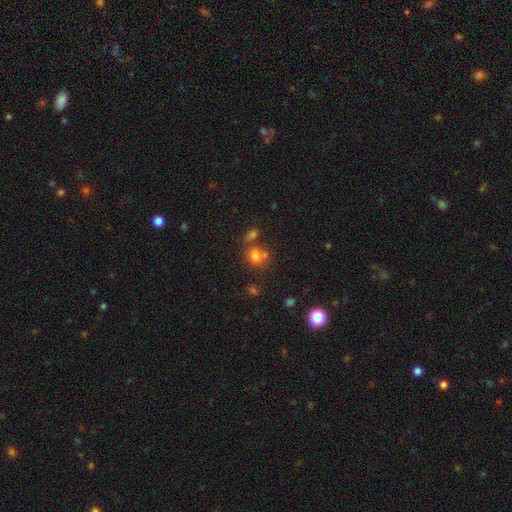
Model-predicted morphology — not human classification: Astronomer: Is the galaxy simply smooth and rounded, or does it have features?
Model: smooth — 73%.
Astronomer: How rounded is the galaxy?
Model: round — 68%.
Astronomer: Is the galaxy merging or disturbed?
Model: none — 50% (runner-up: merger, 29%).